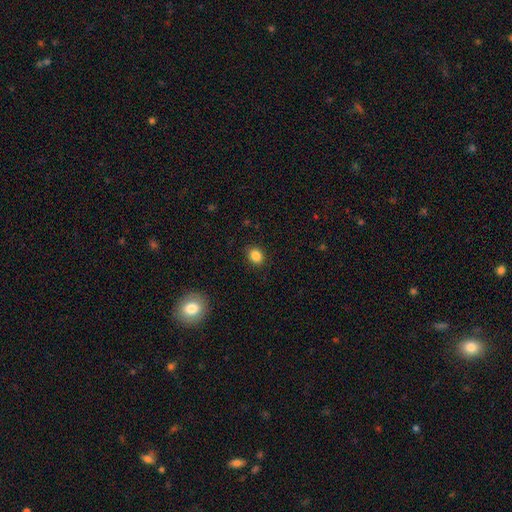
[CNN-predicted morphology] smooth-or-featured: smooth: 86% | star or artifact: 10% | featured or disk: 4%
  how-rounded: round: 60% | in between: 39% | cigar-shaped: 1%
  merging: none: 89% | minor disturbance: 8% | major disturbance: 2% | merger: 1%